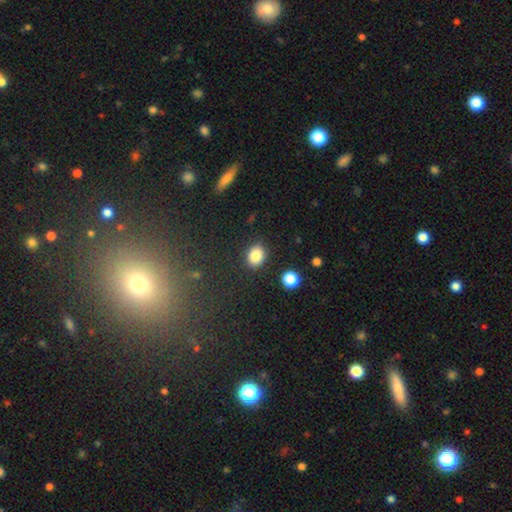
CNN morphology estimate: Smooth or featured?
  - smooth: 85% *
  - star or artifact: 10%
  - featured or disk: 6%
How rounded?
  - in between: 52% *
  - round: 47%
  - cigar-shaped: 1%
Merging?
  - none: 87% *
  - minor disturbance: 9%
  - major disturbance: 3%
  - merger: 2%